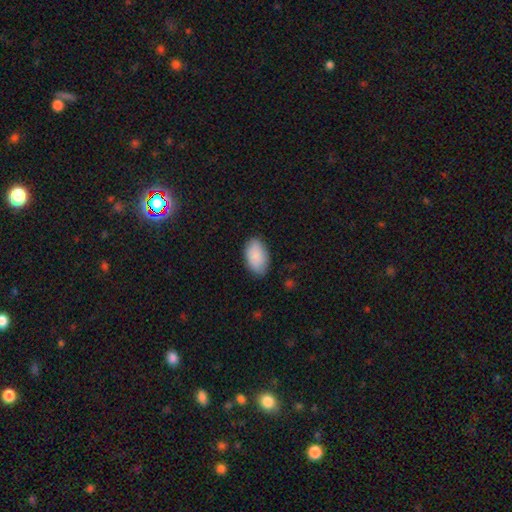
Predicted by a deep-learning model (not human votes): smooth 89%, star or artifact 6%, featured or disk 5%. Down the decision tree: how rounded — in between (95%); merging — none (83%).